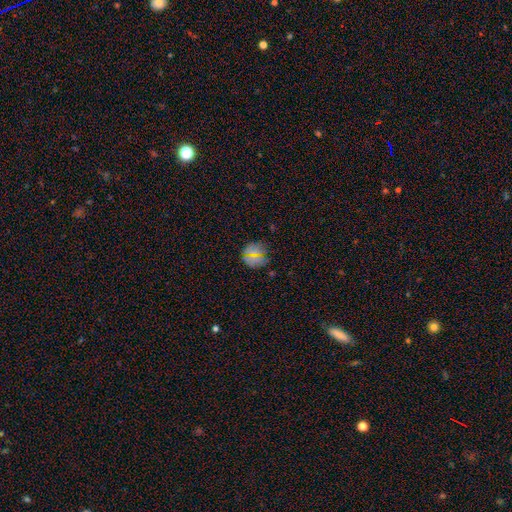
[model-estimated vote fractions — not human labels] The model was most divided on "smooth or featured": smooth: 70%, star or artifact: 23%, featured or disk: 7%. More confident: how rounded — round (87%); merging — none (85%).